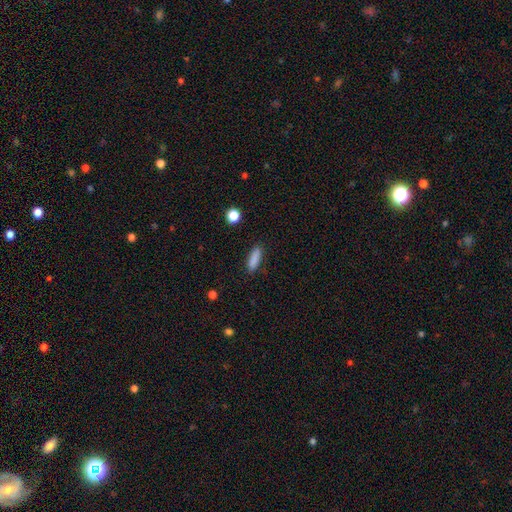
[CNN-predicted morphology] Smooth or featured: smooth — 86% (star or artifact — 8%)
How rounded: cigar-shaped — 58% (in between — 39%)
Merging: none — 87% (minor disturbance — 9%)